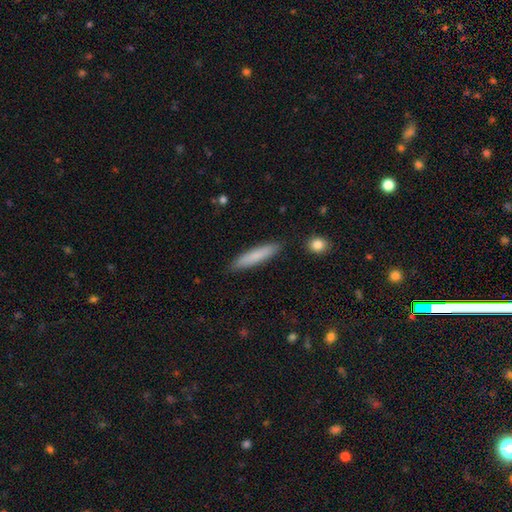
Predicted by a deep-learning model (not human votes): Overall: smooth (79%). How rounded: cigar-shaped (88%). Merging: none (89%).